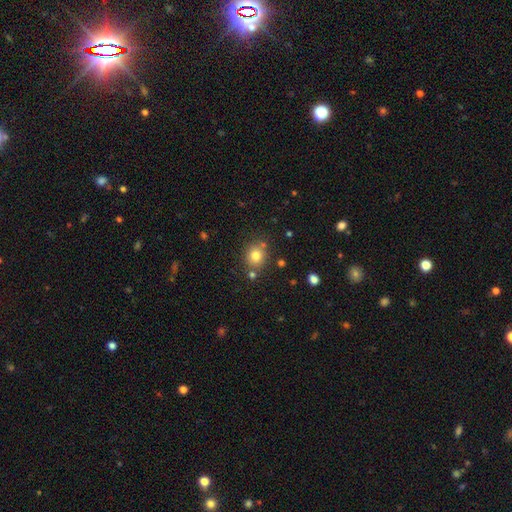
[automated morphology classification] Q: Smooth or featured?
A: smooth (78%); runner-up: star or artifact (13%)
Q: How rounded?
A: round (79%); runner-up: in between (20%)
Q: Merging?
A: none (76%); runner-up: minor disturbance (11%)